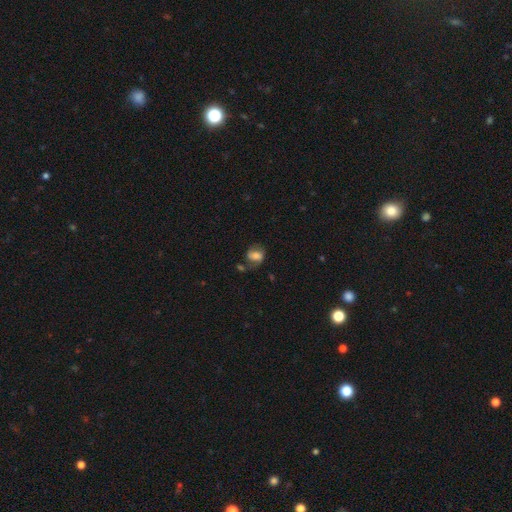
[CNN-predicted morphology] smooth-or-featured: smooth: 53% | featured or disk: 37% | star or artifact: 10%
  how-rounded: in between: 63% | round: 35% | cigar-shaped: 2%
  merging: none: 46% | minor disturbance: 24% | major disturbance: 19% | merger: 11%